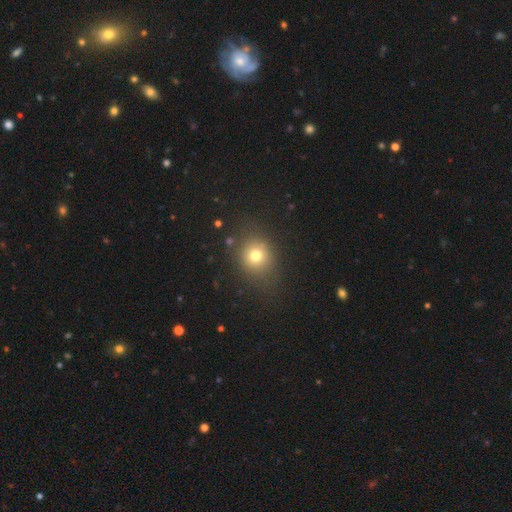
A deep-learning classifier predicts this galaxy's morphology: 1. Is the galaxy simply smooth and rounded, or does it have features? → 74% smooth, 16% star or artifact, 10% featured or disk.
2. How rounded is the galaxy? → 77% round, 22% in between, 1% cigar-shaped.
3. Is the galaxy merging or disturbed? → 78% none, 13% minor disturbance, 6% major disturbance, 2% merger.